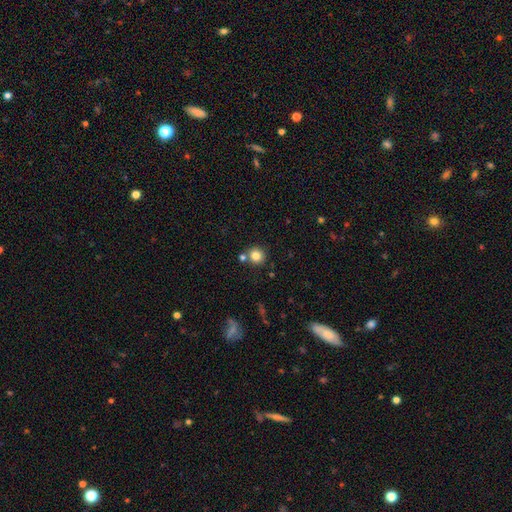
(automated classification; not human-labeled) This is clearly a smooth galaxy (82%). How rounded: clearly round (91%). Merging: likely none (74%).